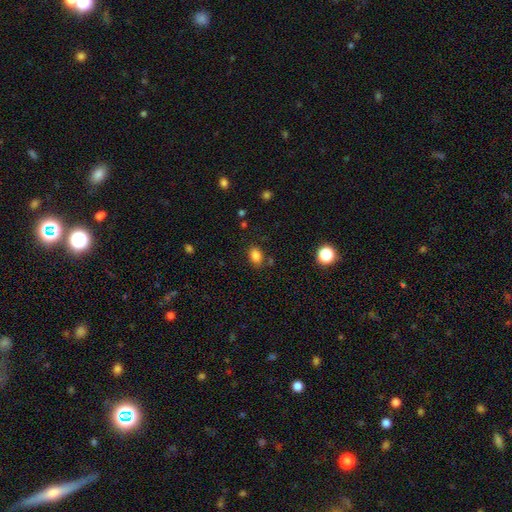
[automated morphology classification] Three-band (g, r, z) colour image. It shows a smooth galaxy with no disk features (84%) that is in between round and cigar-shaped (78%). Merging: none (78%).